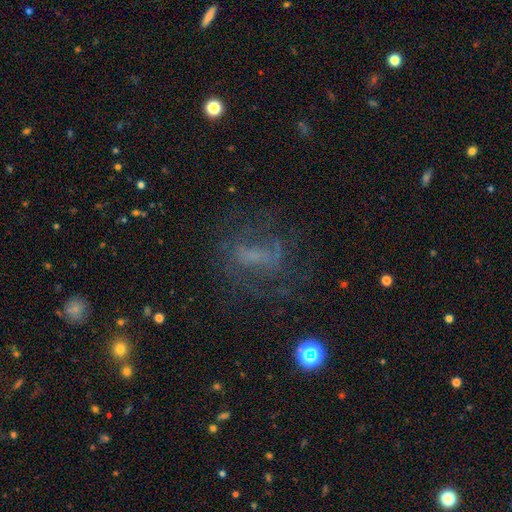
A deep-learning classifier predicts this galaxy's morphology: Smooth or featured: featured or disk — 45% (smooth — 32%)
Merging: none — 59% (major disturbance — 21%)